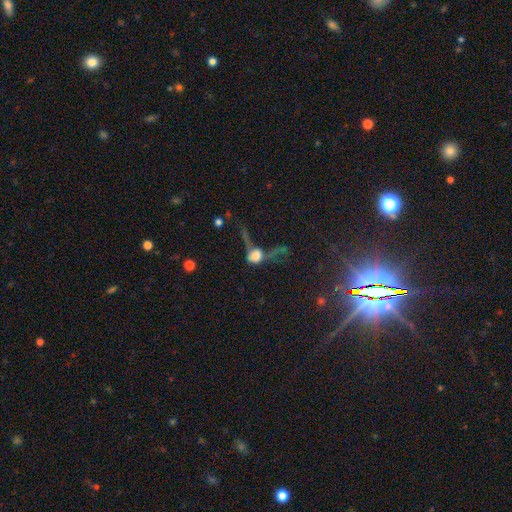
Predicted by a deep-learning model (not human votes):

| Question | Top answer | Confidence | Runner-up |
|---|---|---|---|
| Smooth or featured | smooth | 51% | featured or disk (30%) |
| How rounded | round | 49% | in between (44%) |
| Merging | major disturbance | 47% | none (21%) |